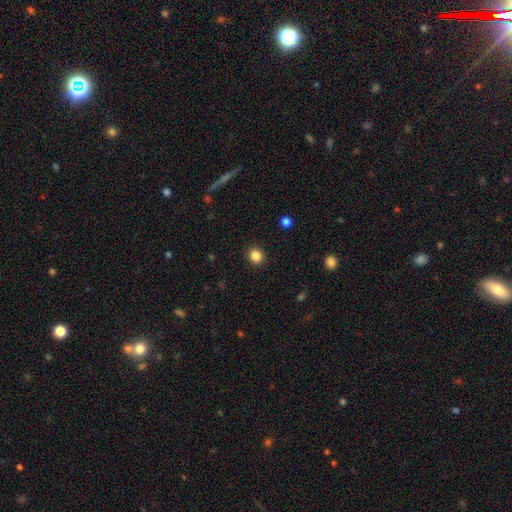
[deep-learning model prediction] A smooth galaxy with no disk features (85%) that is round (86%). Merging: none (92%).